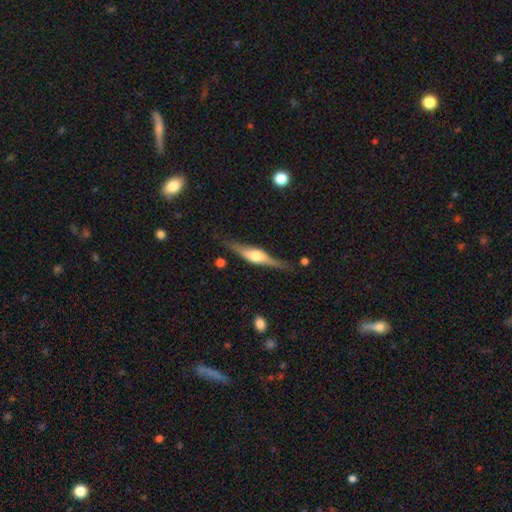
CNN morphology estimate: A featured or disk galaxy (73%) viewed edge-on (95%) with a rounded central bulge (88%). Merging: none (77%).